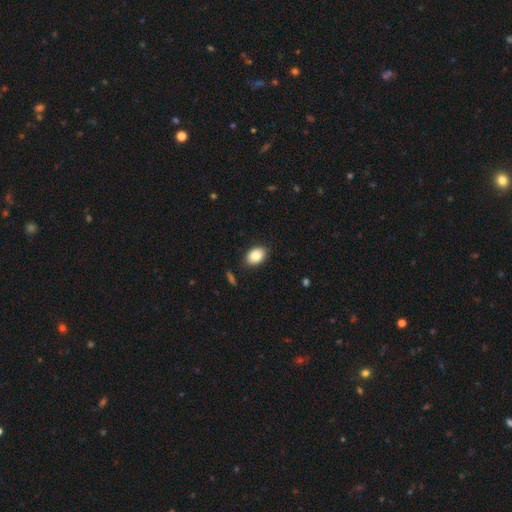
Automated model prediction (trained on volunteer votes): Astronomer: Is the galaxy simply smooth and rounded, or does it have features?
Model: smooth — 85%.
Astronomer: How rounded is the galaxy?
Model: in between — 81%.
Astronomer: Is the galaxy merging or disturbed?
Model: none — 86%.